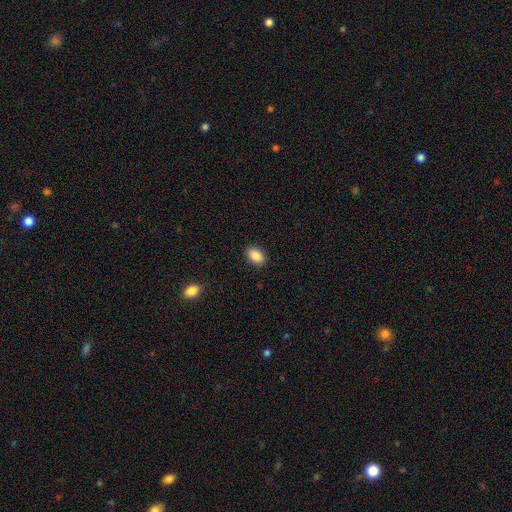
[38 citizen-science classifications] Overall: smooth (95%). How rounded: in between (83%). Merging: none (86%).